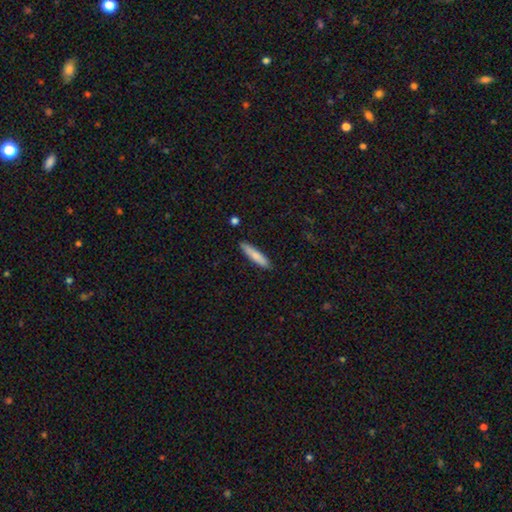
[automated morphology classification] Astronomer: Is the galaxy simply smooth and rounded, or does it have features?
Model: smooth — 80%.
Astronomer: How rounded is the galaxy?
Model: cigar-shaped — 87%.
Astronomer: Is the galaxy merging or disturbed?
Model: none — 89%.